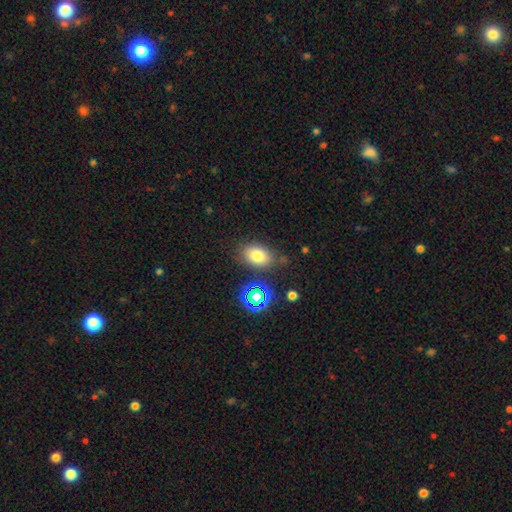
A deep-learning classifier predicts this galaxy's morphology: smooth_or_featured: smooth (p=0.75) [alt: star or artifact p=0.15]
how_rounded: in between (p=0.79) [alt: round p=0.20]
merging: none (p=0.76) [alt: minor disturbance p=0.15]